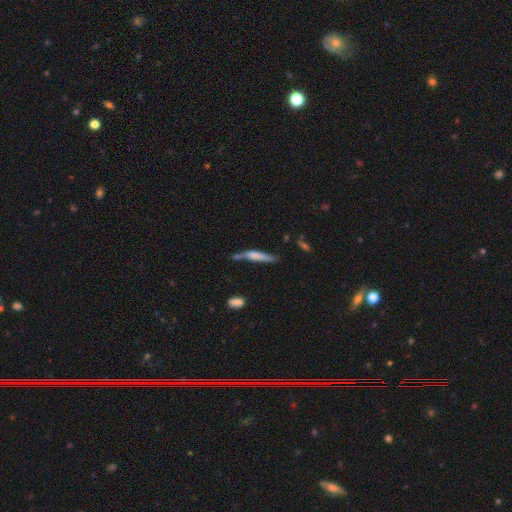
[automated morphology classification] A smooth galaxy with no disk features (55%) that is cigar-shaped (86%).

Vote fractions:
- Smooth or featured? smooth: 55% / featured or disk: 38% / star or artifact: 7%
- How rounded? cigar-shaped: 86% / in between: 12% / round: 2%
- Merging? none: 45% / minor disturbance: 26% / merger: 17% / major disturbance: 12%